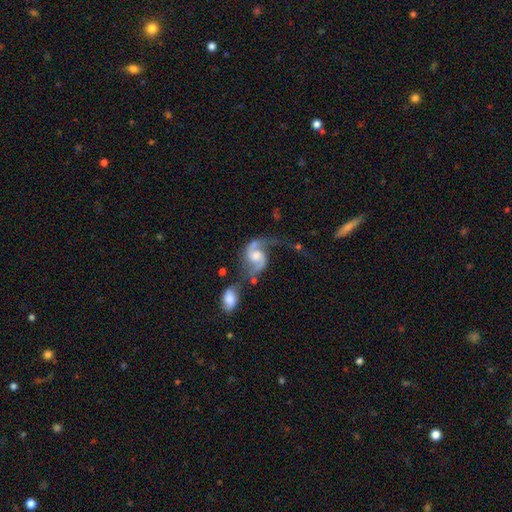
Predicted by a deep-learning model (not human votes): Smooth or featured: featured or disk — 87% (smooth — 8%)
Edge-on disk: no — 98% (yes — 2%)
Bar: no — 53% (weak — 38%)
Spiral arms: yes — 96% (no — 4%)
Spiral winding: loose — 54% (medium — 38%)
Spiral arm count: 2 — 90% (1 — 5%)
Bulge size: moderate — 48% (large — 21%)
Merging: none — 37% (merger — 28%)